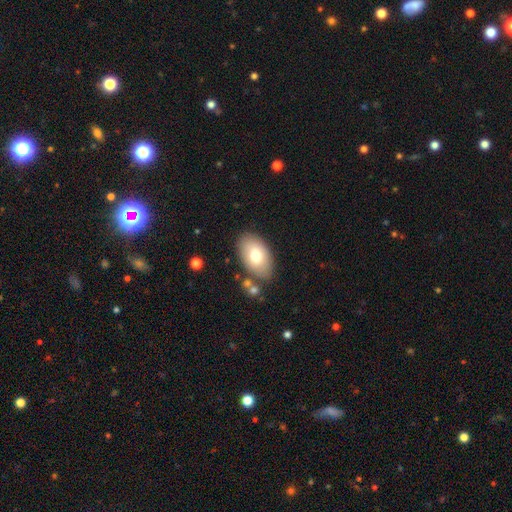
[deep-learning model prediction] A smooth galaxy with no disk features (73%) that is in between round and cigar-shaped (93%). Merging: none (79%).